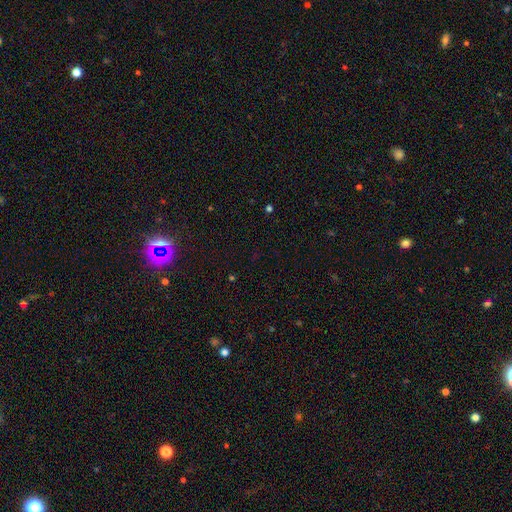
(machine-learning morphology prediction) smooth-or-featured: star or artifact: 68% | smooth: 25% | featured or disk: 7%